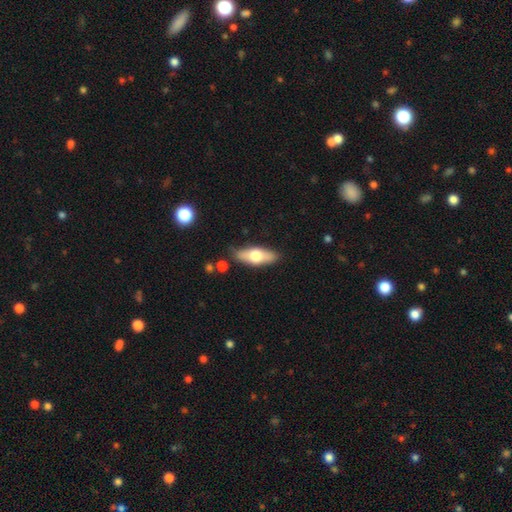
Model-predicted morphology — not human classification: The model was most divided on "smooth or featured": smooth: 55%, featured or disk: 39%, star or artifact: 6%. More confident: merging — none (82%); how rounded — in between (67%).